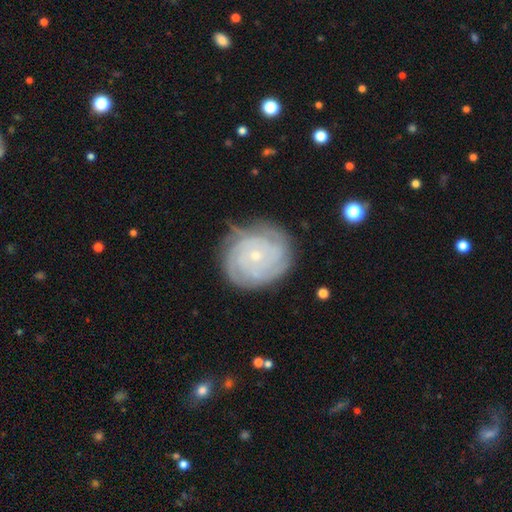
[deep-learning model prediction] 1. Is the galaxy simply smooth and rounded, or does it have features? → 81% featured or disk, 13% smooth, 7% star or artifact.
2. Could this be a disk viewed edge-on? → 98% no, 2% yes.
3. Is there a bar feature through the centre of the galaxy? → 81% no, 15% weak, 4% strong.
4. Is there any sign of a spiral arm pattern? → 96% yes, 4% no.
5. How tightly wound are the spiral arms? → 84% tight, 13% medium, 3% loose.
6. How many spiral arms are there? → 32% can't tell, 19% 4, 19% 3, 14% 2, 9% more than 4, 6% 1.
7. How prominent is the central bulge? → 80% small, 16% moderate, 2% none, 1% large, 1% dominant.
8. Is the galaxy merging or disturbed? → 78% none, 16% minor disturbance, 5% major disturbance, 1% merger.